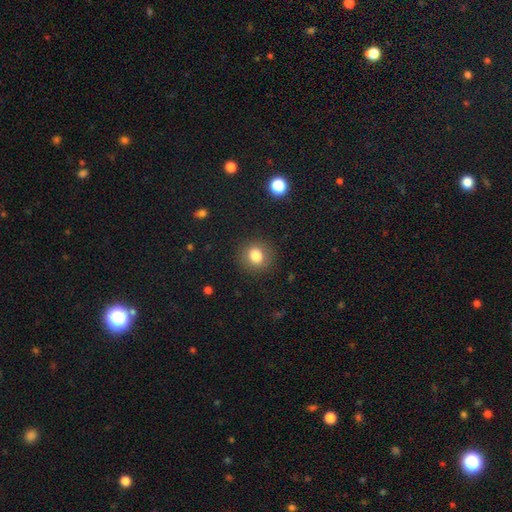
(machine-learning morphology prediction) Q: Smooth or featured?
A: smooth (82%); runner-up: star or artifact (11%)
Q: How rounded?
A: round (79%); runner-up: in between (20%)
Q: Merging?
A: none (88%); runner-up: minor disturbance (8%)